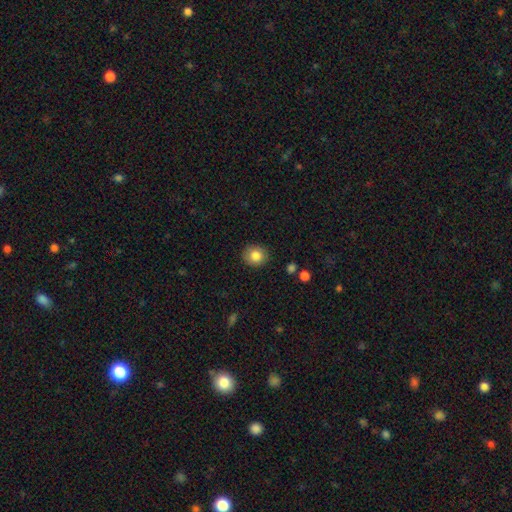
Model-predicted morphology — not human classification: This is clearly a smooth galaxy (83%). How rounded: clearly round (80%). Merging: clearly none (88%).